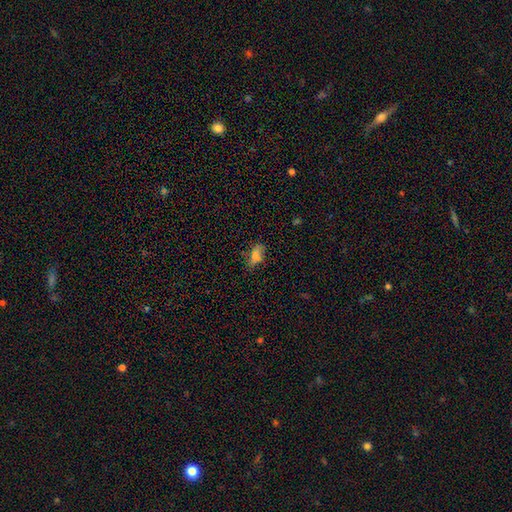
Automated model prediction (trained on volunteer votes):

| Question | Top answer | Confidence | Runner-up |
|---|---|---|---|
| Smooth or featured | smooth | 73% | star or artifact (15%) |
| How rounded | in between | 84% | cigar-shaped (11%) |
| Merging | none | 57% | minor disturbance (27%) |